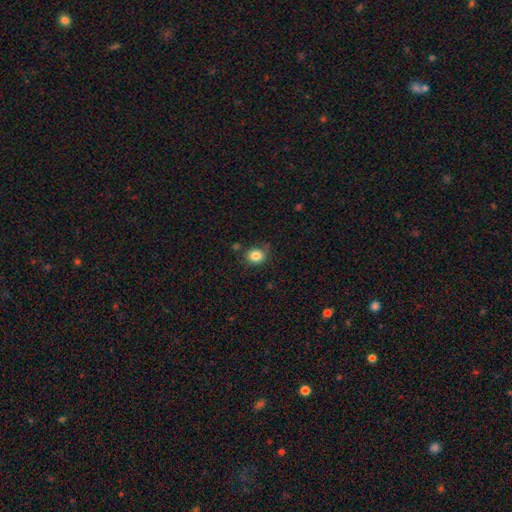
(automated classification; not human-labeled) Morphology: type=smooth (84%); roundness=round (74%); merging=none (77%).